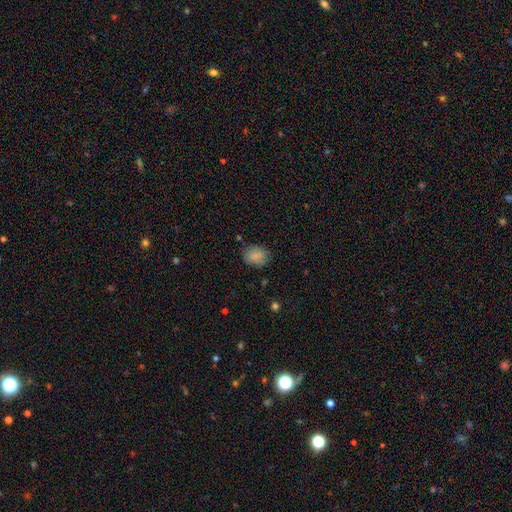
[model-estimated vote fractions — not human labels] Morphology: type=smooth (85%); roundness=in between (54%); merging=none (80%).